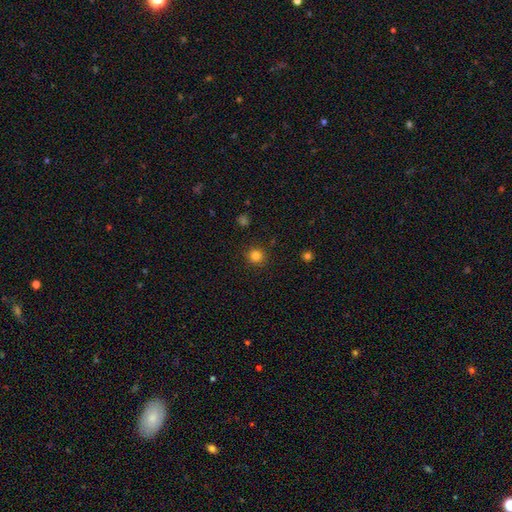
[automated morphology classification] This appears to be a smooth galaxy with no disk features (82%) that is round (93%). Merging: none (90%).